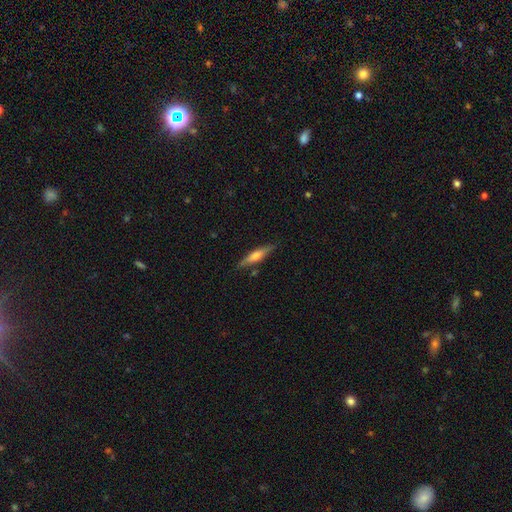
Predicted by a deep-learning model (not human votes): smooth_or_featured: featured or disk (p=0.49) [alt: smooth p=0.45]
merging: none (p=0.84) [alt: minor disturbance p=0.11]